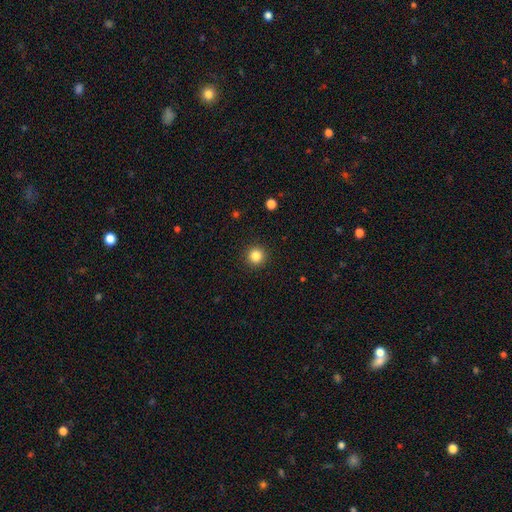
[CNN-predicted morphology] Overall: smooth (84%). How rounded: round (95%). Merging: none (93%).